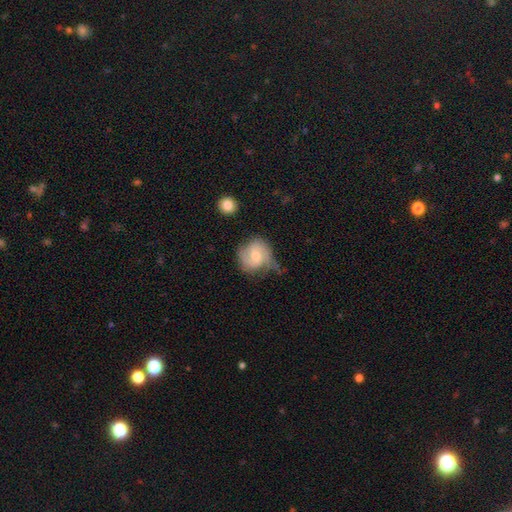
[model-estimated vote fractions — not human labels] A featured or disk galaxy (60%) with no bar (55%), 2 (65%) medium (44%) spiral arms (88%) and a moderate central bulge (56%).

Vote fractions:
- Smooth or featured? featured or disk: 60% / smooth: 33% / star or artifact: 6%
- Edge-on disk? no: 97% / yes: 3%
- Bar? no: 55% / weak: 39% / strong: 6%
- Spiral arms? yes: 88% / no: 12%
- Spiral winding? medium: 44% / tight: 34% / loose: 22%
- Spiral arm count? 2: 65% / can't tell: 16% / 1: 8% / 3: 8% / 4: 2% / more than 4: 2%
- Bulge size? moderate: 56% / small: 38% / large: 3% / none: 2% / dominant: 1%
- Merging? none: 47% / minor disturbance: 32% / major disturbance: 17% / merger: 4%